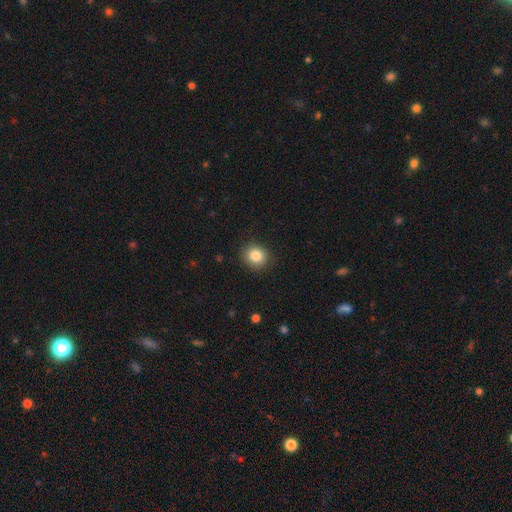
This appears to be a smooth galaxy with no disk features (84%) that is round (81%). Merging: none (83%).